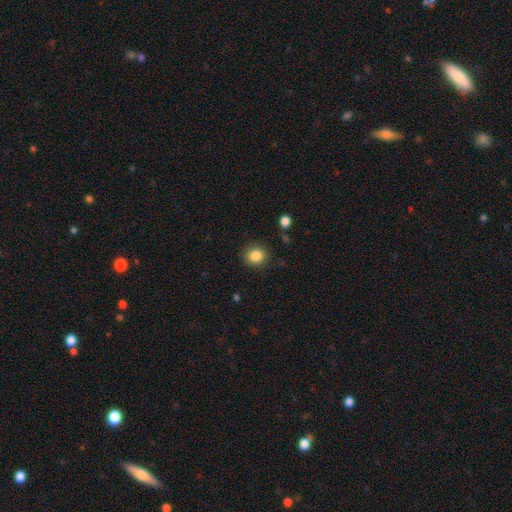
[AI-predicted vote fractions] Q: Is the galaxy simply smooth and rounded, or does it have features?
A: smooth — 86%.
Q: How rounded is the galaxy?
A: round — 80%.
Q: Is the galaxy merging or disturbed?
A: none — 88%.